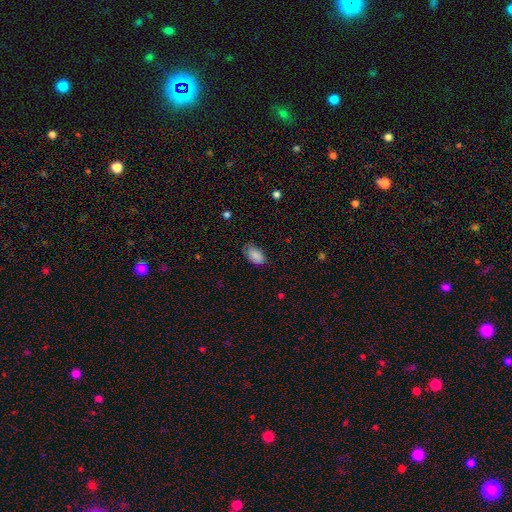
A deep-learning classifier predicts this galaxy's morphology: smooth_or_featured: smooth (p=0.87) [alt: star or artifact p=0.07]
how_rounded: in between (p=0.92) [alt: round p=0.06]
merging: none (p=0.68) [alt: minor disturbance p=0.26]